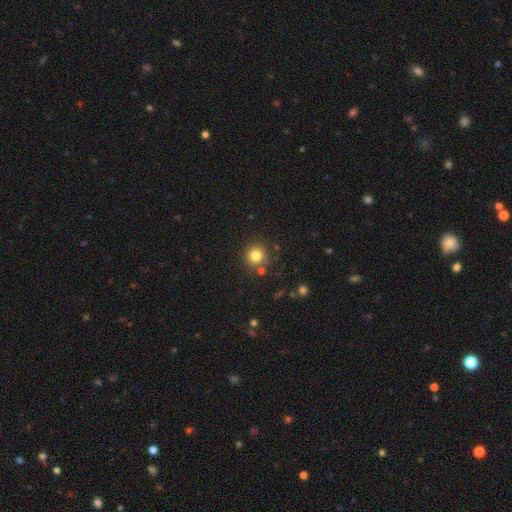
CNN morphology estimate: Q: Smooth or featured?
A: smooth (80%); runner-up: star or artifact (13%)
Q: How rounded?
A: round (91%); runner-up: in between (8%)
Q: Merging?
A: none (82%); runner-up: minor disturbance (9%)